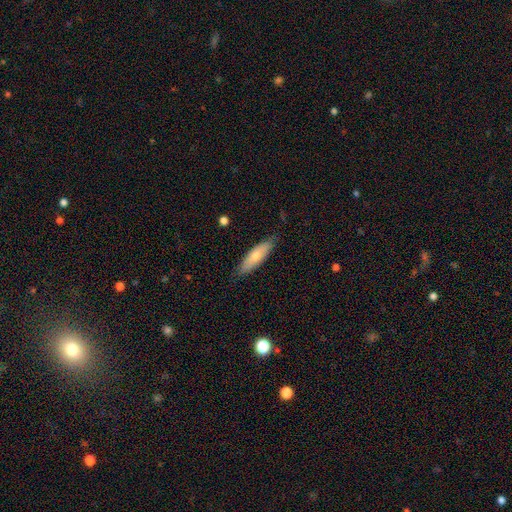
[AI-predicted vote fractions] Q: Smooth or featured?
A: smooth (67%); runner-up: featured or disk (27%)
Q: How rounded?
A: cigar-shaped (50%); runner-up: in between (48%)
Q: Merging?
A: none (82%); runner-up: minor disturbance (14%)